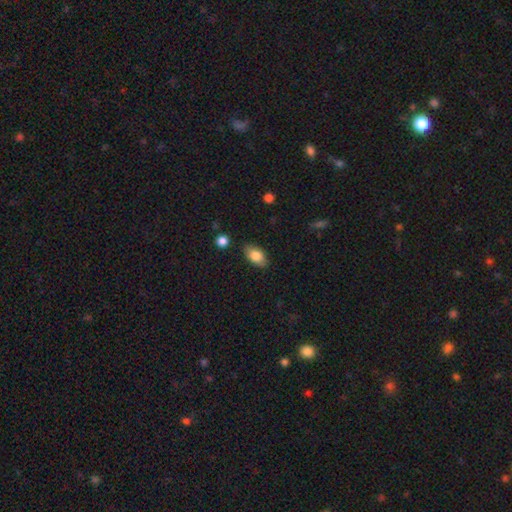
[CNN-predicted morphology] Smooth or featured?
  - smooth: 82% *
  - featured or disk: 11%
  - star or artifact: 7%
How rounded?
  - in between: 92% *
  - round: 5%
  - cigar-shaped: 3%
Merging?
  - none: 84% *
  - minor disturbance: 11%
  - major disturbance: 2%
  - merger: 2%